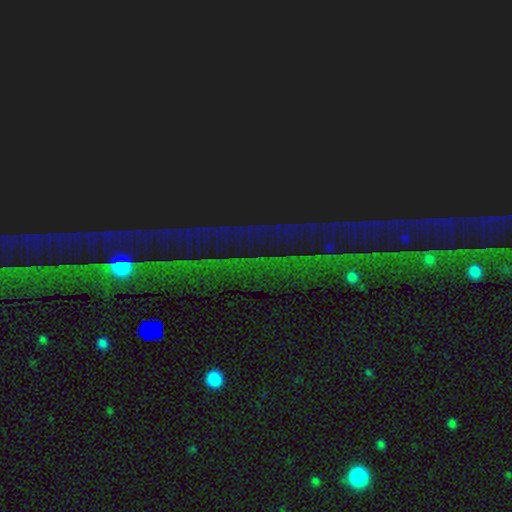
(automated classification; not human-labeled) Smooth or featured? Predicted: star or artifact (p=0.85).